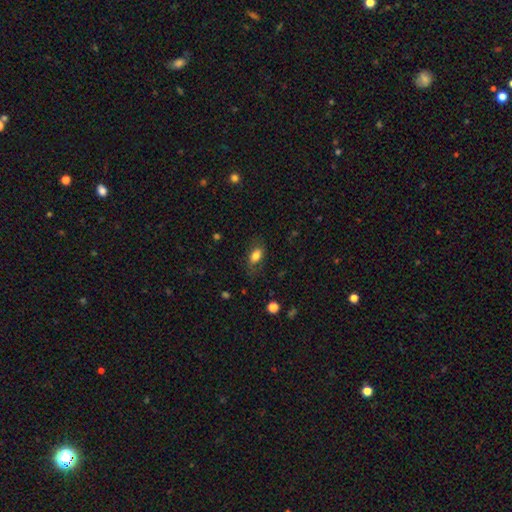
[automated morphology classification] A smooth galaxy with no disk features (78%) that is in between round and cigar-shaped (86%).

Vote fractions:
- Smooth or featured? smooth: 78% / featured or disk: 14% / star or artifact: 9%
- How rounded? in between: 86% / round: 10% / cigar-shaped: 4%
- Merging? none: 70% / minor disturbance: 20% / major disturbance: 9% / merger: 1%